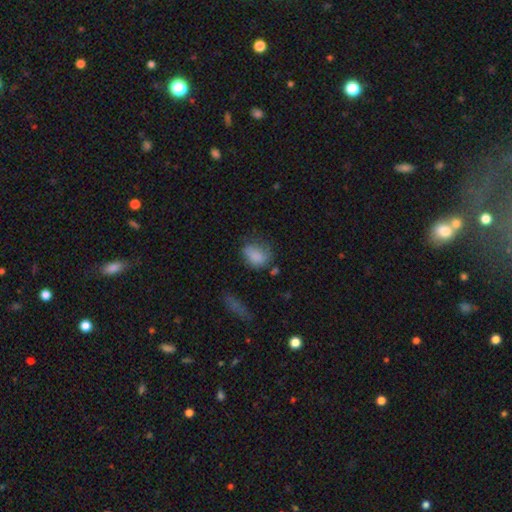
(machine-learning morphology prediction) This is likely a smooth galaxy (79%). How rounded: likely in between (73%). Merging: possibly none (47%).